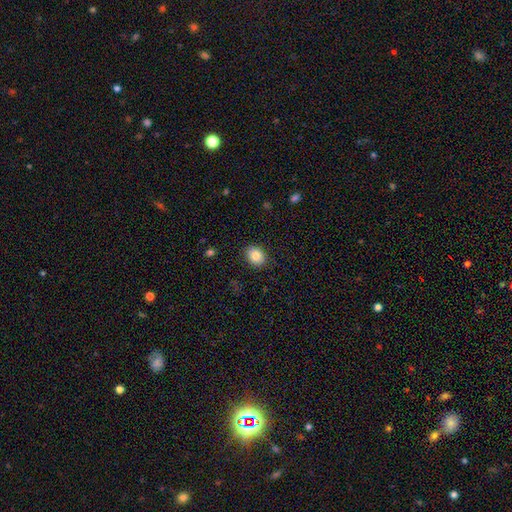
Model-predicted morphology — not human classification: Overall: smooth (84%). How rounded: round (50%; in between 49%). Merging: none (88%).